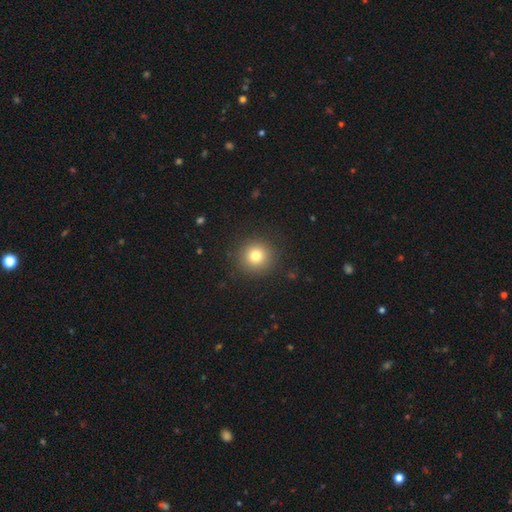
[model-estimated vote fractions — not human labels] smooth 79%, star or artifact 13%, featured or disk 9%. Down the decision tree: how rounded — round (94%); merging — none (91%).